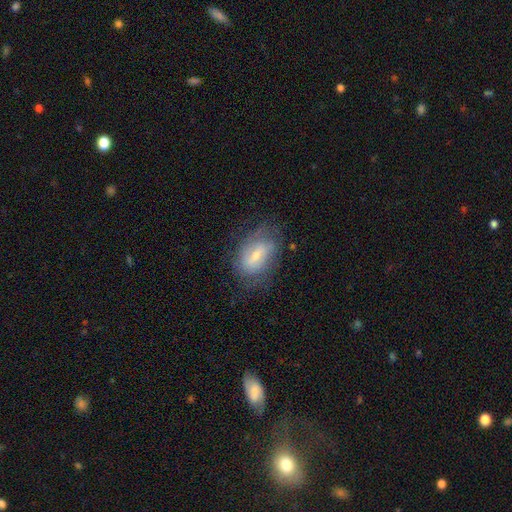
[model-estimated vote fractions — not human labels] Overall: featured or disk (47%; smooth 45%). Merging: none (64%).